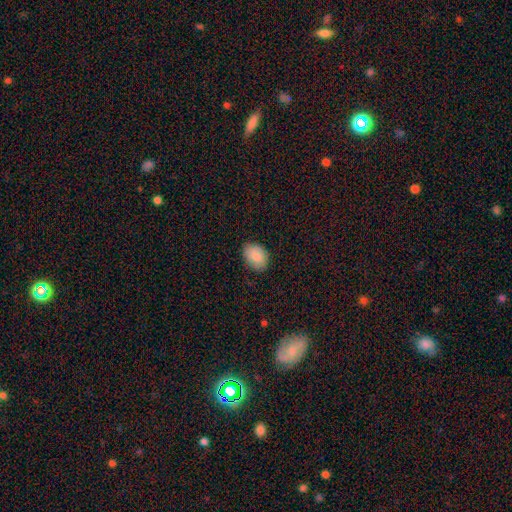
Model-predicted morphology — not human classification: smooth 87%, star or artifact 7%, featured or disk 6%. Down the decision tree: how rounded — in between (75%); merging — none (84%).